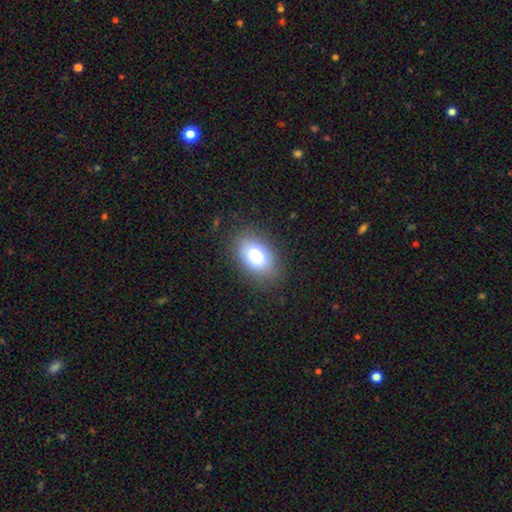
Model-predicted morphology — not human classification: Smooth or featured?
  - smooth: 73% *
  - featured or disk: 15%
  - star or artifact: 13%
How rounded?
  - in between: 79% *
  - round: 20%
  - cigar-shaped: 1%
Merging?
  - none: 82% *
  - minor disturbance: 12%
  - major disturbance: 5%
  - merger: 1%